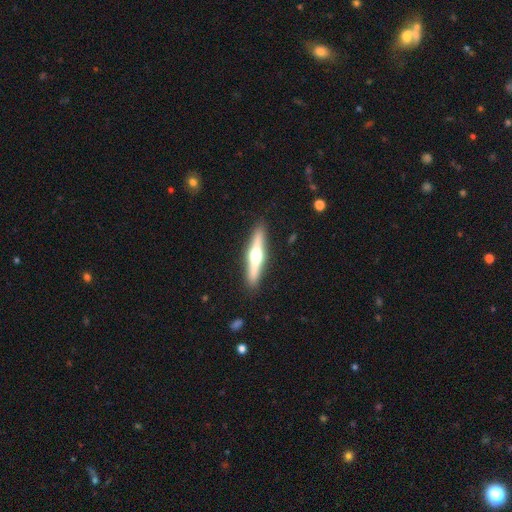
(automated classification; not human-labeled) Smooth or featured?
  - featured or disk: 69% *
  - smooth: 26%
  - star or artifact: 5%
Edge-on disk?
  - yes: 97% *
  - no: 3%
Edge-on bulge?
  - rounded: 95% *
  - boxy: 3%
  - none: 2%
Merging?
  - none: 90% *
  - minor disturbance: 7%
  - major disturbance: 2%
  - merger: 1%